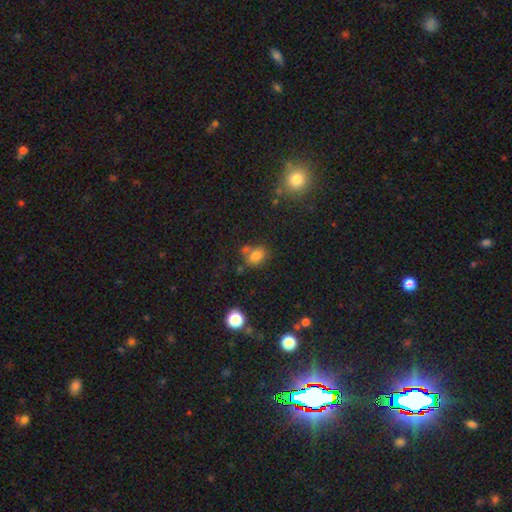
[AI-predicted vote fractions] The model was most divided on "how rounded": in between: 60%, round: 39%, cigar-shaped: 1%. More confident: smooth or featured — smooth (76%); merging — none (57%).